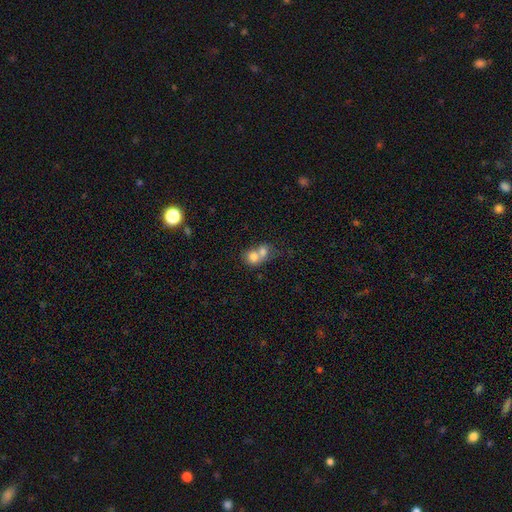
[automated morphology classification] Smooth or featured? smooth (73%)
How rounded? round (68%)
Merging? merger (74%)